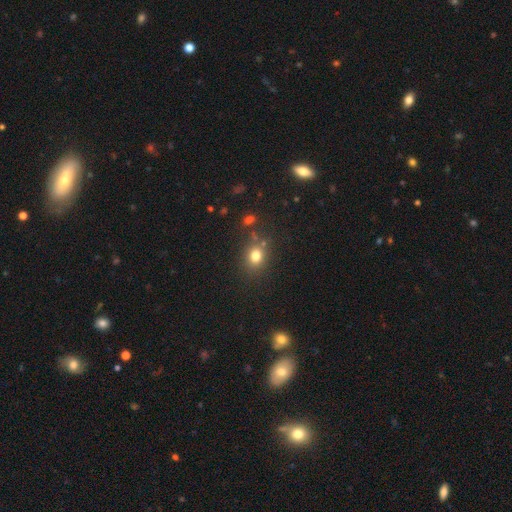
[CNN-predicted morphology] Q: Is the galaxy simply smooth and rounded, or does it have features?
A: smooth — 78%.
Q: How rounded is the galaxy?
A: round — 60%.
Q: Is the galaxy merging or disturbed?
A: none — 75%.